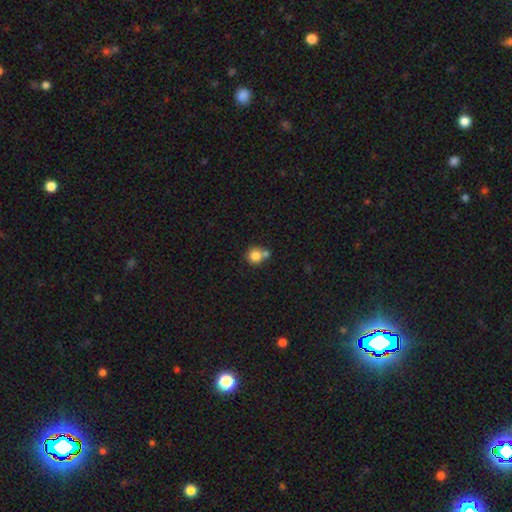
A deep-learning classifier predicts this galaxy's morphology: Smooth or featured? smooth (82%)
How rounded? round (91%)
Merging? none (52%)